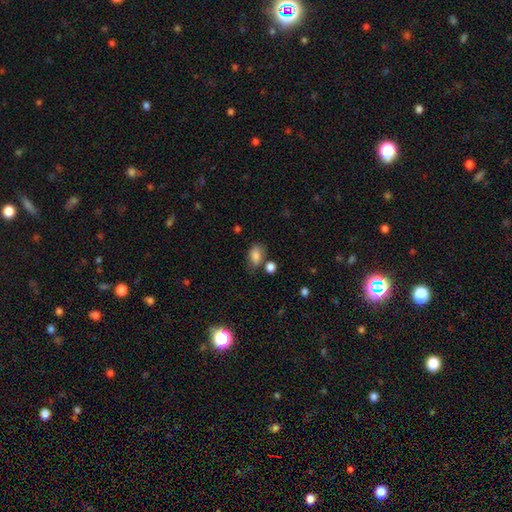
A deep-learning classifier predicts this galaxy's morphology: type=smooth (82%); roundness=in between (83%); merging=none (57%).